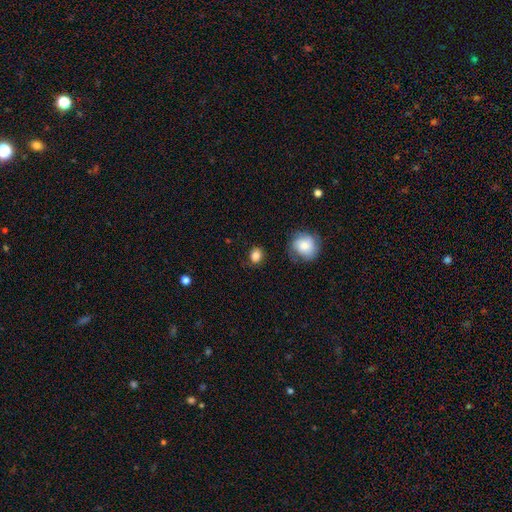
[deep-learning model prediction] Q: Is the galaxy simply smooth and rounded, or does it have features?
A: smooth — 86%.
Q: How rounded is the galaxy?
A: round — 56%.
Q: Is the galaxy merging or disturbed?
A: none — 79%.